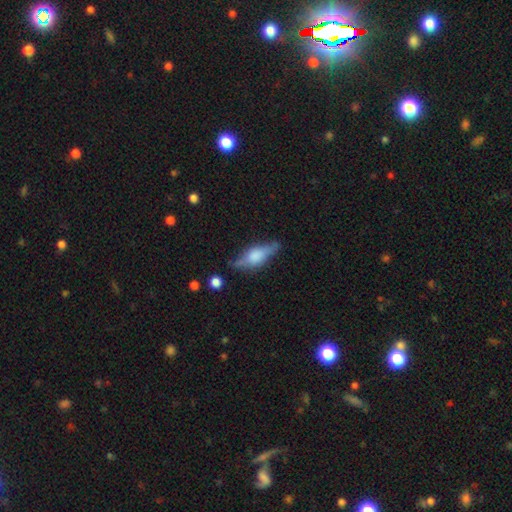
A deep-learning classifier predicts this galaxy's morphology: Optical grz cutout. It shows a featured or disk galaxy (52%) viewed edge-on (88%). Merging: none (68%).